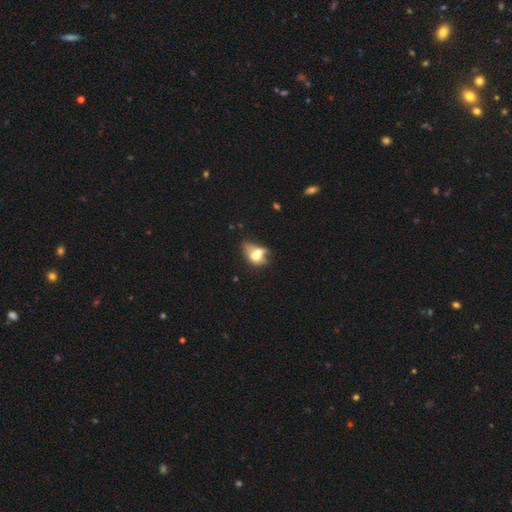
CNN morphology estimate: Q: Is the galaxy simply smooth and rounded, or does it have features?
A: smooth — 58%.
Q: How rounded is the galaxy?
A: in between — 70%.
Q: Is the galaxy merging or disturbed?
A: merger — 45%.